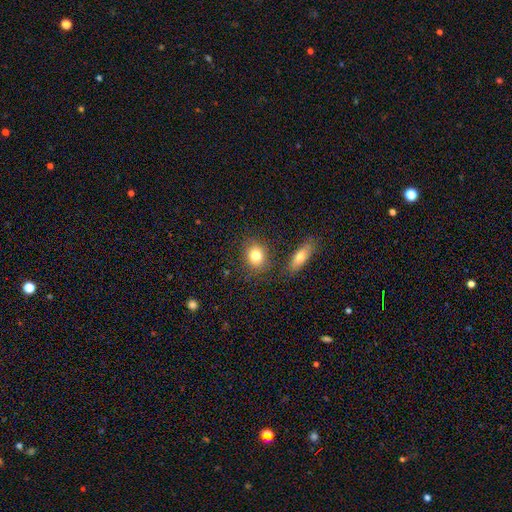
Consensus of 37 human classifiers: This is clearly a smooth galaxy (95%). How rounded: possibly round (57%). Merging: likely none (69%).